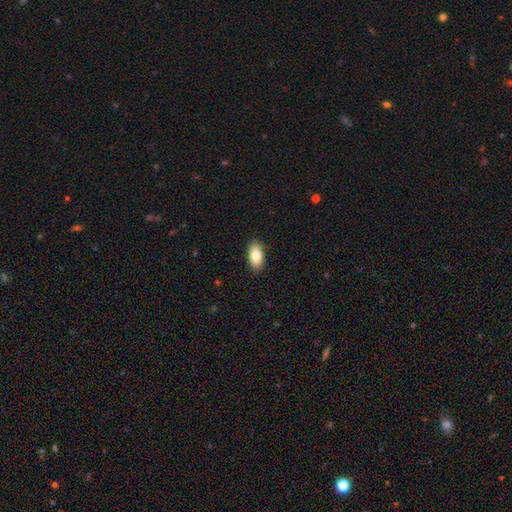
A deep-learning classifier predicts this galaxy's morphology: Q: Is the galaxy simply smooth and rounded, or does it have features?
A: smooth — 82%.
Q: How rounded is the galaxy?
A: in between — 91%.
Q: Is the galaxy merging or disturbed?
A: none — 89%.